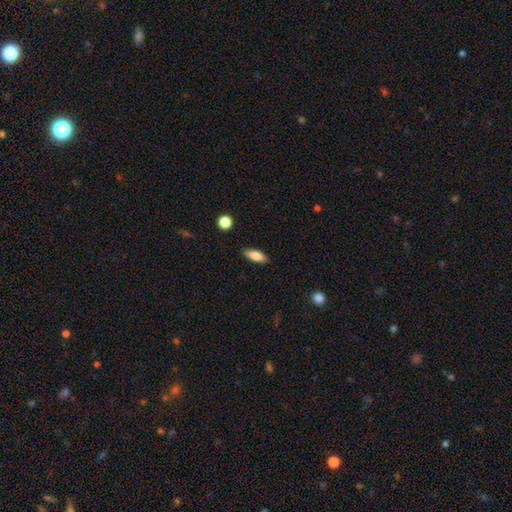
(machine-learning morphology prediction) type=smooth (79%); roundness=in between (71%); merging=none (87%).